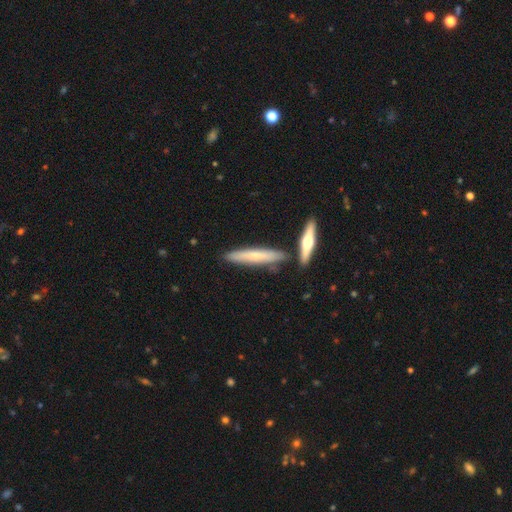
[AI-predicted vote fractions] smooth_or_featured: smooth (p=0.52) [alt: featured or disk p=0.42]
how_rounded: cigar-shaped (p=0.90) [alt: in between p=0.09]
merging: none (p=0.78) [alt: minor disturbance p=0.11]